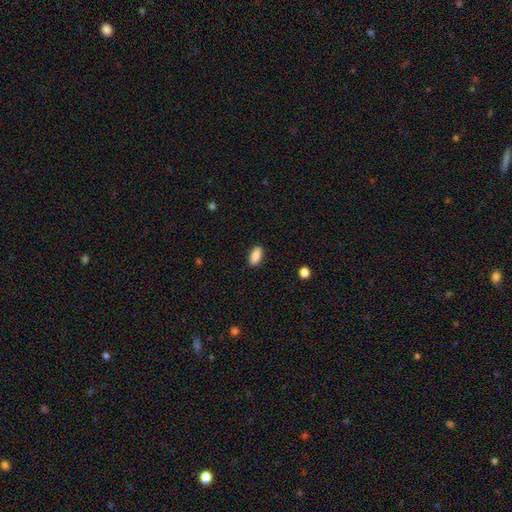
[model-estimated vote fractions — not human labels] smooth-or-featured: smooth: 89% | star or artifact: 7% | featured or disk: 4%
  how-rounded: in between: 87% | cigar-shaped: 10% | round: 3%
  merging: none: 89% | minor disturbance: 8% | major disturbance: 2% | merger: 1%